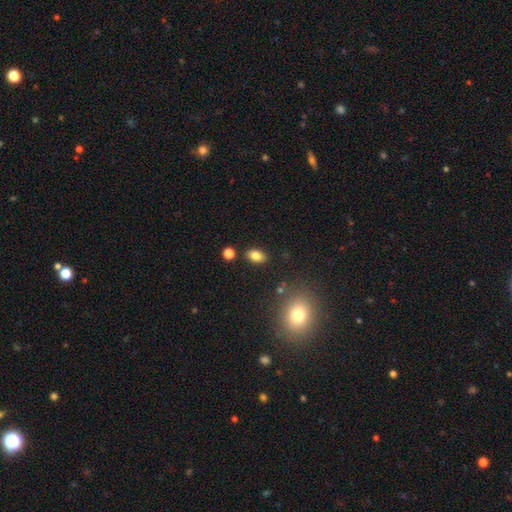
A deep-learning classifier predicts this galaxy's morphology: Q: Smooth or featured?
A: smooth (82%); runner-up: star or artifact (10%)
Q: How rounded?
A: in between (86%); runner-up: round (12%)
Q: Merging?
A: none (84%); runner-up: minor disturbance (10%)